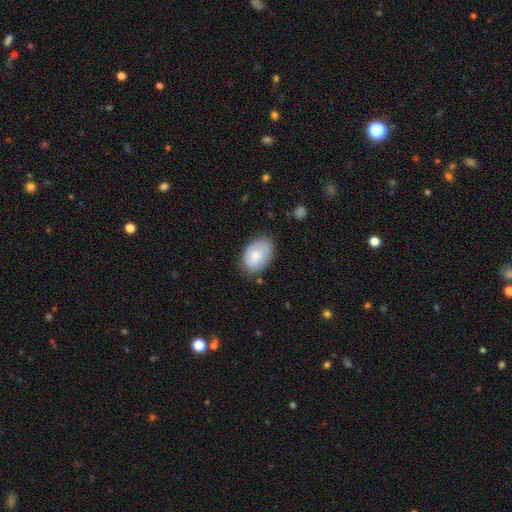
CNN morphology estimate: Overall: smooth (77%). How rounded: in between (88%). Merging: none (76%).